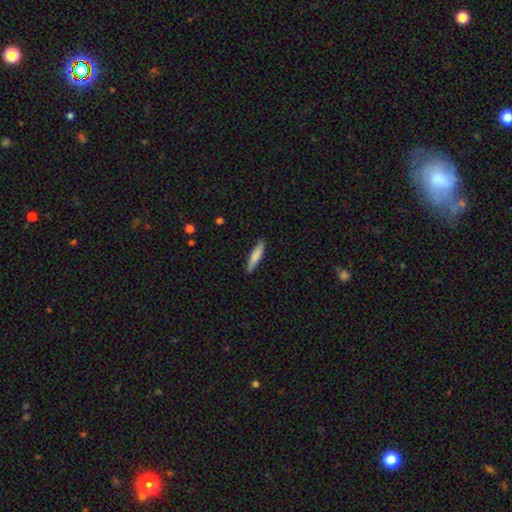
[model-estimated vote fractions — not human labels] Smooth or featured? Predicted: smooth (p=0.81). How rounded? Predicted: cigar-shaped (p=0.82). Merging? Predicted: none (p=0.88).